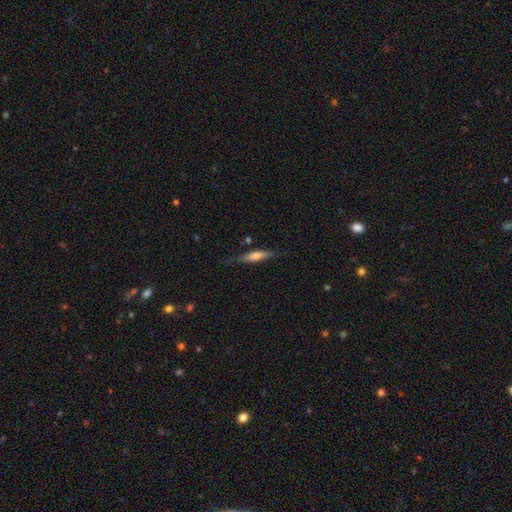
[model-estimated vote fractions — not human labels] Smooth or featured: smooth — 57% (featured or disk — 36%)
How rounded: cigar-shaped — 80% (in between — 19%)
Merging: none — 75% (minor disturbance — 18%)